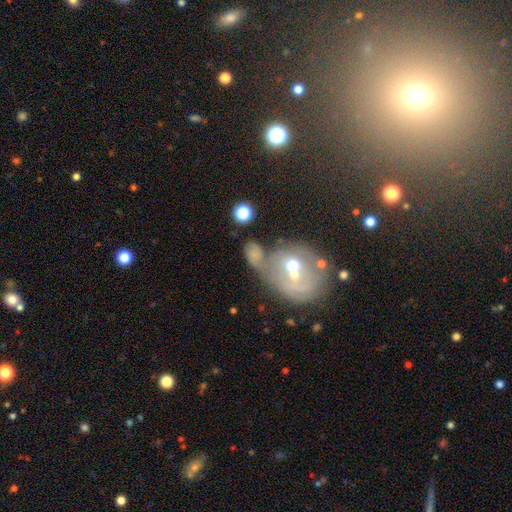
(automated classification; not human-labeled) Smooth or featured?
  - smooth: 51% *
  - featured or disk: 34%
  - star or artifact: 15%
How rounded?
  - in between: 55% *
  - round: 42%
  - cigar-shaped: 3%
Merging?
  - merger: 47% *
  - none: 25%
  - major disturbance: 15%
  - minor disturbance: 13%